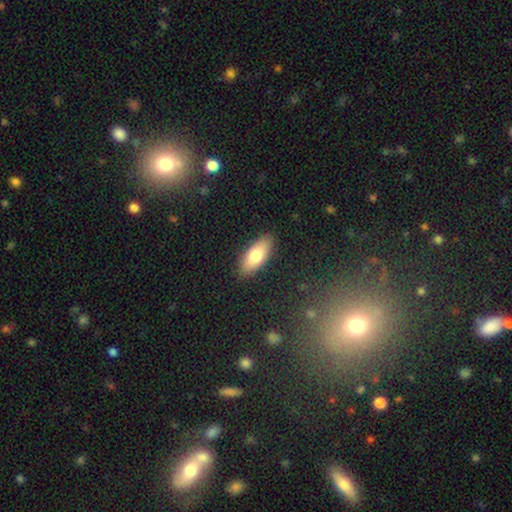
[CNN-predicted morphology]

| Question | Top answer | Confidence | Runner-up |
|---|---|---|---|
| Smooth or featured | smooth | 78% | featured or disk (16%) |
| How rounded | in between | 81% | cigar-shaped (17%) |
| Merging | none | 87% | minor disturbance (10%) |